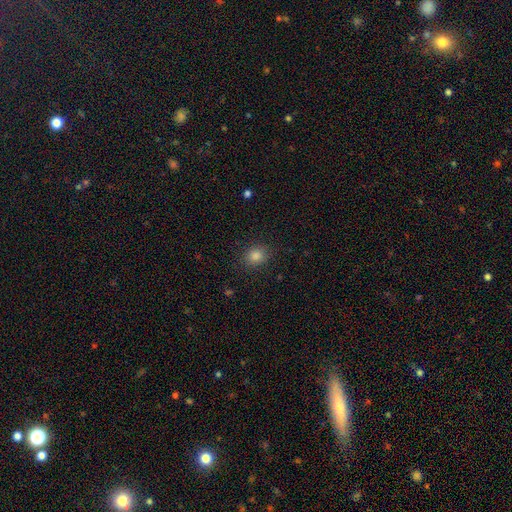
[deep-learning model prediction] Smooth or featured: smooth — 82% (star or artifact — 13%)
How rounded: round — 70% (in between — 29%)
Merging: none — 88% (minor disturbance — 8%)